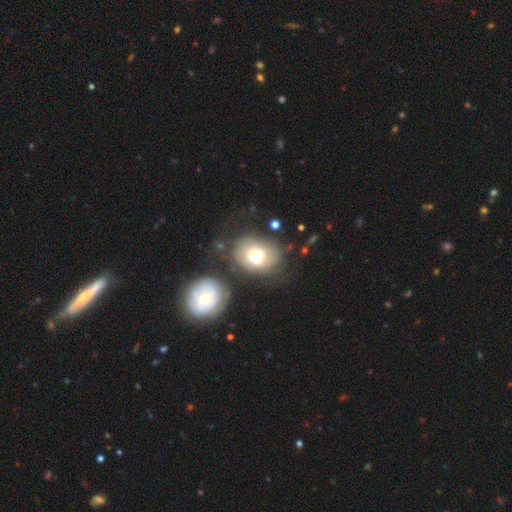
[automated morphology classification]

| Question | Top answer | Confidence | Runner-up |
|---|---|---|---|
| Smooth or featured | smooth | 56% | featured or disk (35%) |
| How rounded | round | 51% | in between (48%) |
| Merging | none | 54% | minor disturbance (20%) |